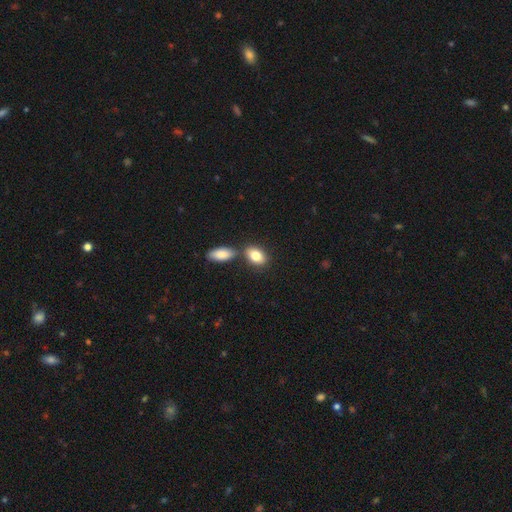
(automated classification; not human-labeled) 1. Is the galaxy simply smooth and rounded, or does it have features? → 82% smooth, 11% featured or disk, 7% star or artifact.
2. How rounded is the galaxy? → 88% in between, 10% round, 3% cigar-shaped.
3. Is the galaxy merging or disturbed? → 59% none, 27% merger, 11% minor disturbance, 3% major disturbance.